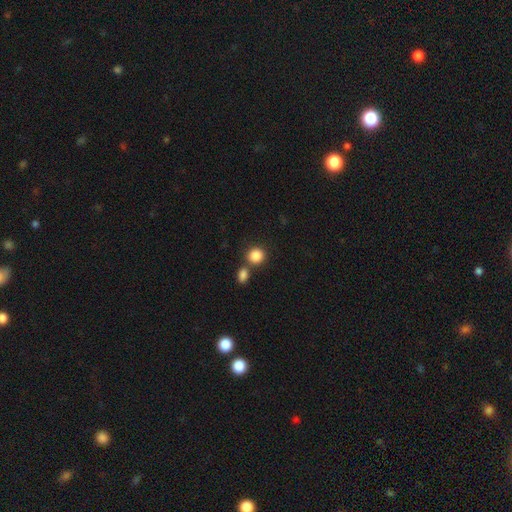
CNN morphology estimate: A smooth galaxy with no disk features (87%) that is round (84%). Merging: none (63%).